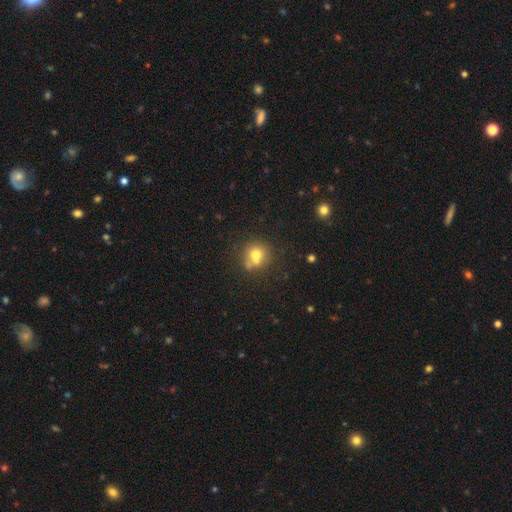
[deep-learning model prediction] This is likely a smooth galaxy (72%). How rounded: likely round (79%). Merging: possibly none (52%).